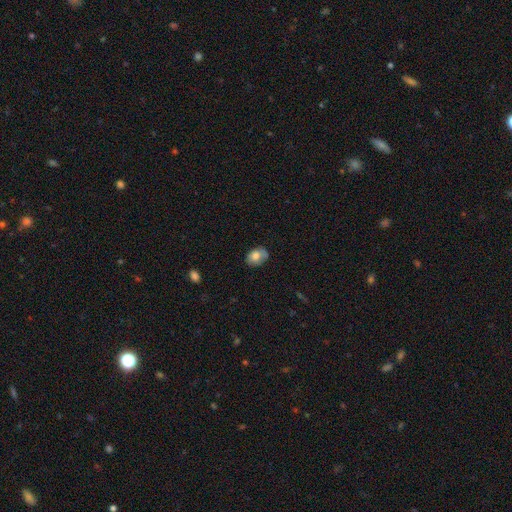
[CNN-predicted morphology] This appears to be a smooth galaxy with no disk features (73%) that is in between round and cigar-shaped (71%). Merging: none (63%).